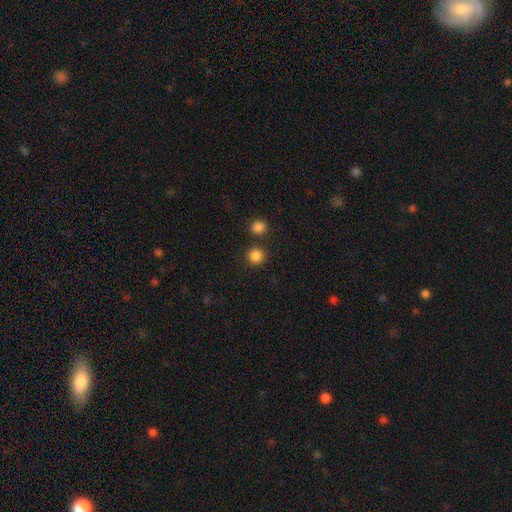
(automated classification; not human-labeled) This appears to be a smooth galaxy with no disk features (84%) that is round (94%). Merging: none (82%).